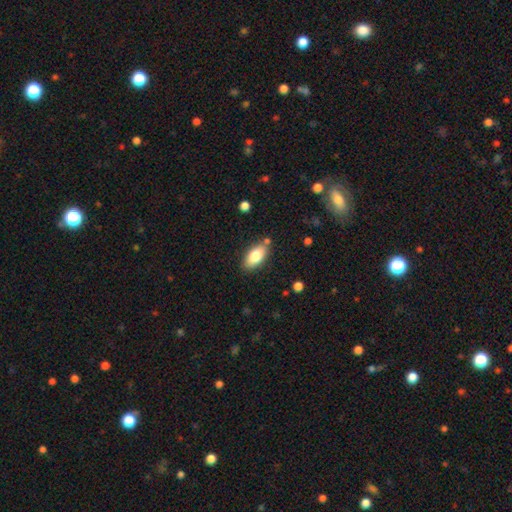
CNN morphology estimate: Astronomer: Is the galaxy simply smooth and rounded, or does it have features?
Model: smooth — 79%.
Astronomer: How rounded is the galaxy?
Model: in between — 89%.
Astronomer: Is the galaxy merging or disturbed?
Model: none — 79%.